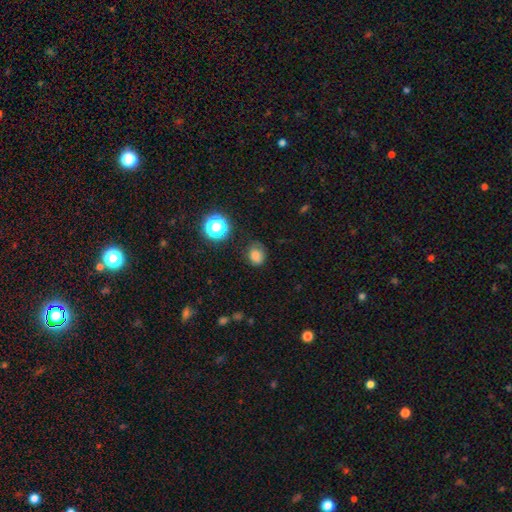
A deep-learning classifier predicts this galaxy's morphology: type=smooth (79%); roundness=round (55%); merging=none (62%).